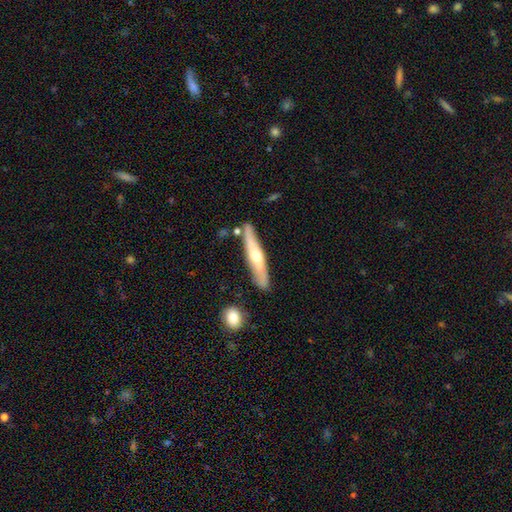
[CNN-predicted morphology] smooth-or-featured: featured or disk: 52% | smooth: 42% | star or artifact: 5%
  disk-edge-on: yes: 83% | no: 17%
  merging: none: 81% | minor disturbance: 13% | merger: 4% | major disturbance: 2%